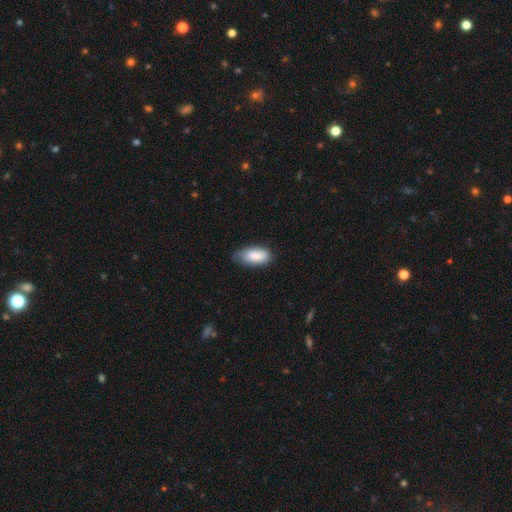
Smooth or featured? smooth (92%)
How rounded? in between (94%)
Merging? none (68%)